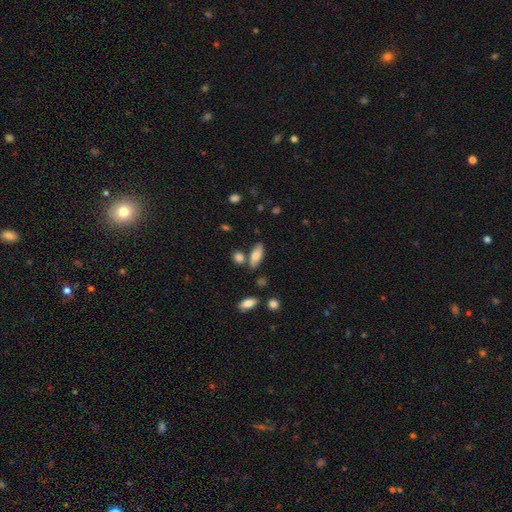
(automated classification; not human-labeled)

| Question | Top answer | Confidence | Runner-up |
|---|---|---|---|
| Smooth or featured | smooth | 76% | featured or disk (16%) |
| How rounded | in between | 72% | cigar-shaped (24%) |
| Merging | none | 69% | minor disturbance (15%) |